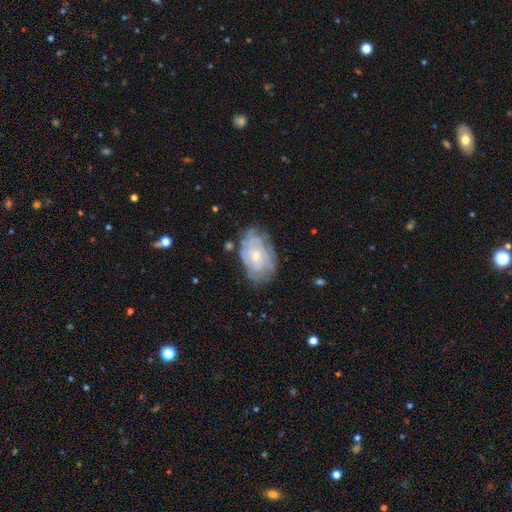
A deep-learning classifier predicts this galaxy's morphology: The model was most divided on "bulge size": small: 51%, moderate: 43%, large: 2%, none: 2%, dominant: 1%. More confident: edge-on disk — no (95%); bar — no (81%); merging — none (62%); smooth or featured — featured or disk (57%); spiral arms — yes (56%).